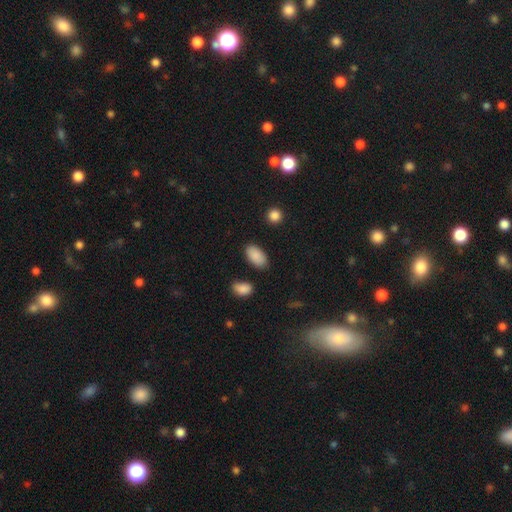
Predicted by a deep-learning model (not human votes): smooth-or-featured: smooth: 89% | star or artifact: 7% | featured or disk: 4%
  how-rounded: in between: 94% | round: 4% | cigar-shaped: 2%
  merging: none: 83% | minor disturbance: 11% | merger: 3% | major disturbance: 3%